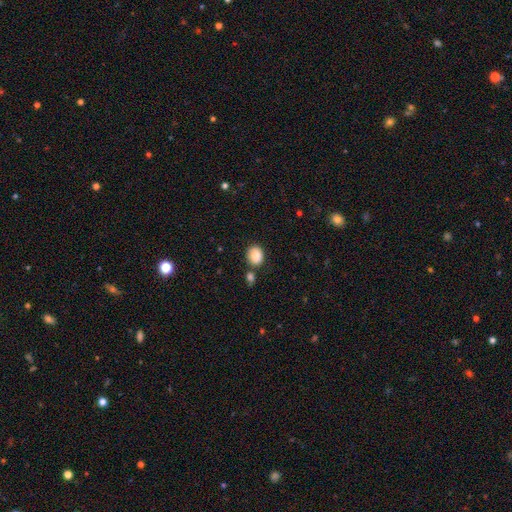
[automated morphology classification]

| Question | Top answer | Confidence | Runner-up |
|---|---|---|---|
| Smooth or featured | smooth | 86% | star or artifact (8%) |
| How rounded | round | 64% | in between (36%) |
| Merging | none | 72% | minor disturbance (12%) |